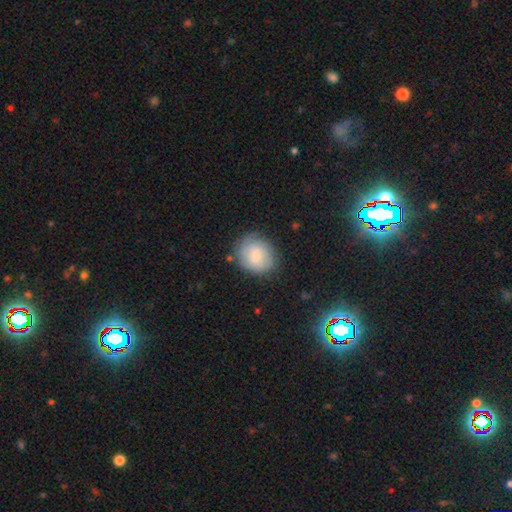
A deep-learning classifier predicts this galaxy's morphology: Smooth or featured? smooth (68%)
How rounded? round (69%)
Merging? none (70%)